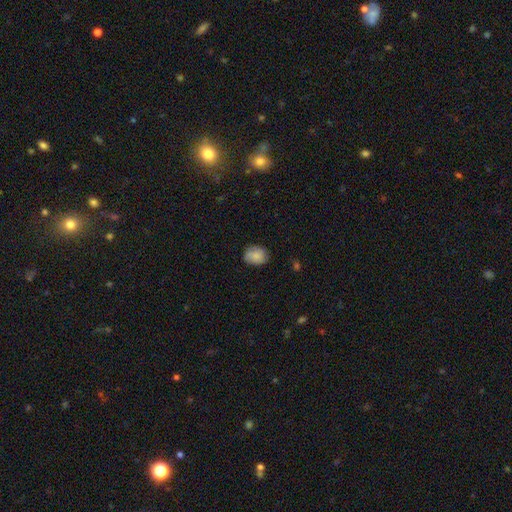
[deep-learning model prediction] Smooth or featured? Predicted: smooth (p=0.79). How rounded? Predicted: in between (p=0.53). Merging? Predicted: none (p=0.74).